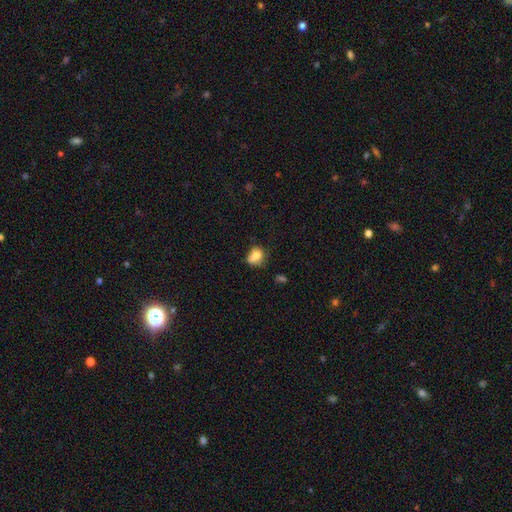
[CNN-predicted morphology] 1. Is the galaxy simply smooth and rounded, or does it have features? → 76% smooth, 13% featured or disk, 11% star or artifact.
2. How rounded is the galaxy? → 50% in between, 49% round, 1% cigar-shaped.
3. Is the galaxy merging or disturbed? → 43% none, 33% minor disturbance, 14% major disturbance, 10% merger.